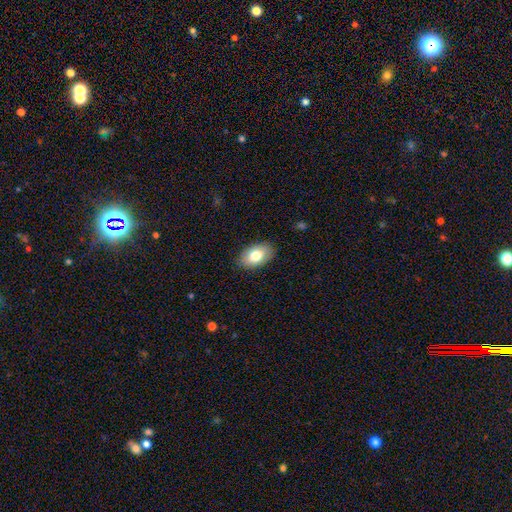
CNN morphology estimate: Smooth or featured: smooth — 78% (featured or disk — 15%)
How rounded: in between — 92% (round — 6%)
Merging: none — 87% (minor disturbance — 10%)